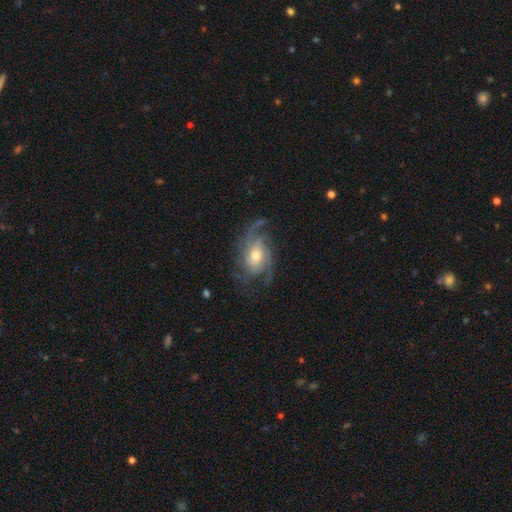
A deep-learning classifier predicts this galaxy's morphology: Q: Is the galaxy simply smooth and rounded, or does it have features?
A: featured or disk — 86%.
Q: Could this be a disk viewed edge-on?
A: no — 97%.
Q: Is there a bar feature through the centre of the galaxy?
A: no — 66%.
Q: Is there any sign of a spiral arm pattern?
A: yes — 96%.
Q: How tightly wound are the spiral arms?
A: medium — 45%.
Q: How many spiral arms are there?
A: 3 — 35%.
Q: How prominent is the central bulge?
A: moderate — 64%.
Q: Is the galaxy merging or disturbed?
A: none — 67%.